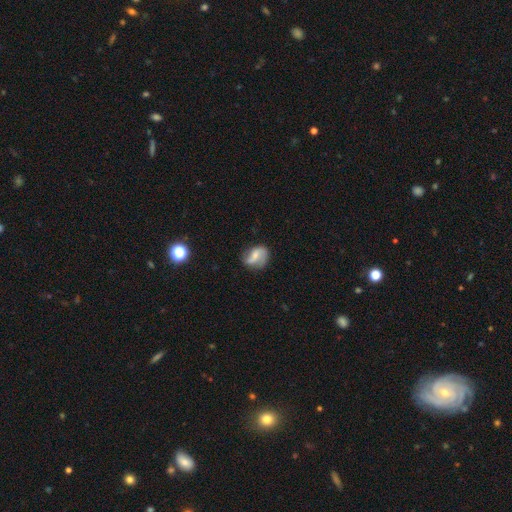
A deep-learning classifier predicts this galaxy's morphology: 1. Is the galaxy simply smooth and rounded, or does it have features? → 63% featured or disk, 30% smooth, 8% star or artifact.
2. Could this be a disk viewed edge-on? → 97% no, 3% yes.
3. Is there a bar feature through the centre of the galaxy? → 42% weak, 35% no, 23% strong.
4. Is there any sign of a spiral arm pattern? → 89% yes, 11% no.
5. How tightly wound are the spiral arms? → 55% loose, 32% medium, 13% tight.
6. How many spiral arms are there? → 79% 2, 10% 1, 7% can't tell, 2% 3, 1% 4, 1% more than 4.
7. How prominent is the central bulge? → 48% small, 37% moderate, 11% none, 3% large, 1% dominant.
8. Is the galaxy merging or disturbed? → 65% none, 24% minor disturbance, 10% major disturbance, 2% merger.